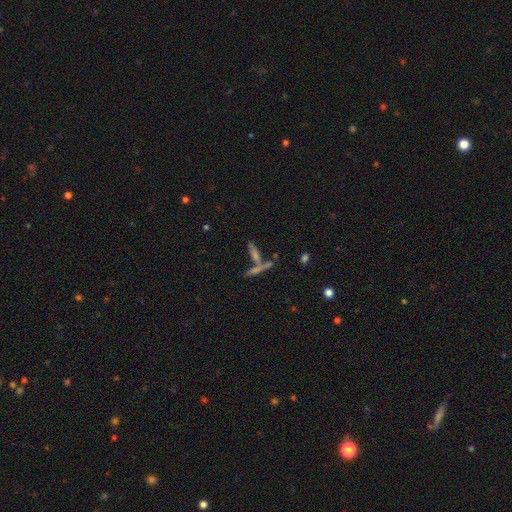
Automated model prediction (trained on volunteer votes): Smooth or featured: smooth — 41% (featured or disk — 38%)
Merging: none — 46% (merger — 39%)